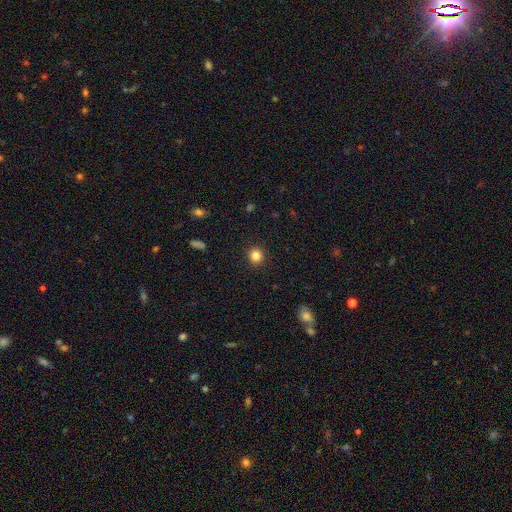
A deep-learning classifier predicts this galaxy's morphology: Smooth or featured? Predicted: smooth (p=0.84). How rounded? Predicted: round (p=0.91). Merging? Predicted: none (p=0.92).